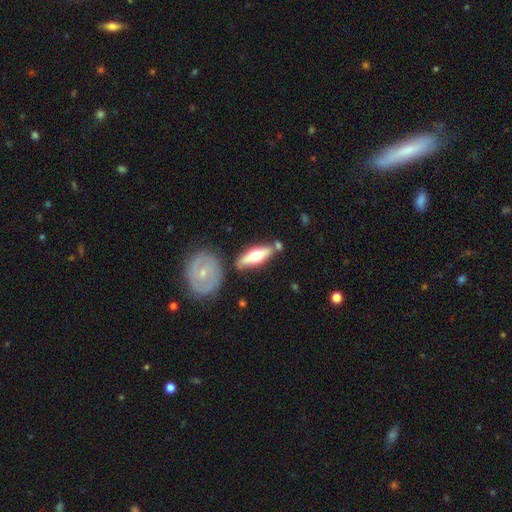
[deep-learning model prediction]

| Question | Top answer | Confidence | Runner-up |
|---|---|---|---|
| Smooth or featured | featured or disk | 50% | smooth (45%) |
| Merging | none | 71% | minor disturbance (13%) |